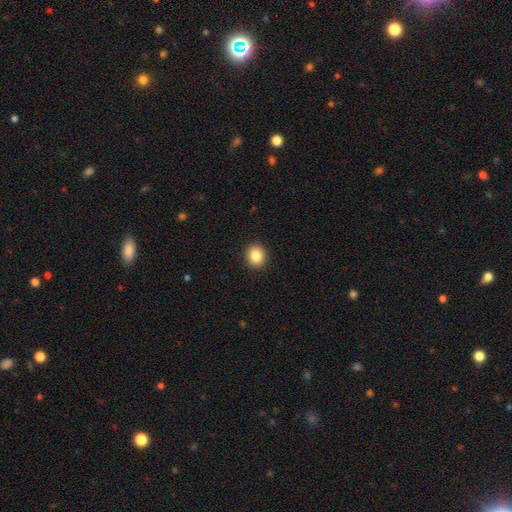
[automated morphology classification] Q: Smooth or featured?
A: smooth (85%); runner-up: star or artifact (9%)
Q: How rounded?
A: round (78%); runner-up: in between (21%)
Q: Merging?
A: none (92%); runner-up: minor disturbance (5%)